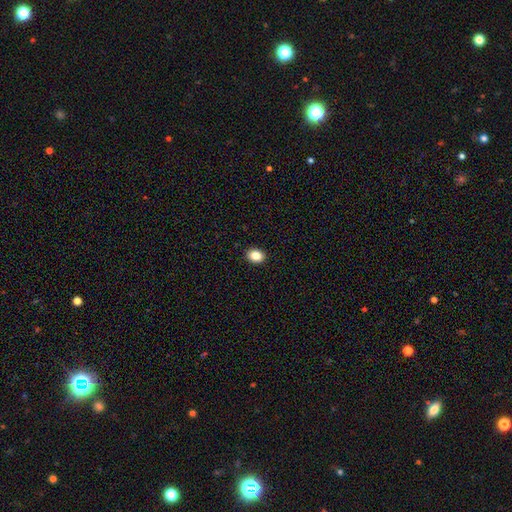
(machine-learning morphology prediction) The model was most divided on "how rounded": in between: 59%, round: 41%, cigar-shaped: 1%. More confident: merging — none (92%); smooth or featured — smooth (86%).